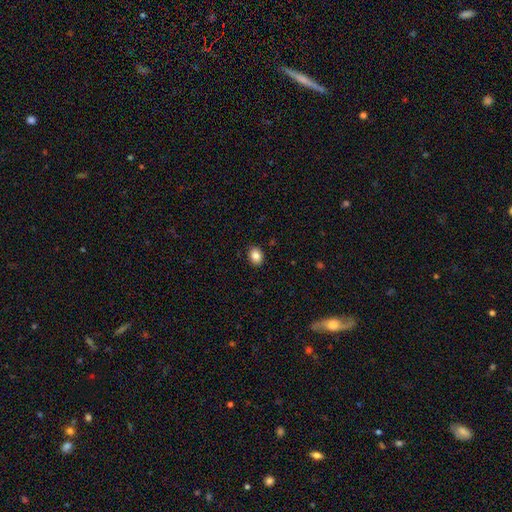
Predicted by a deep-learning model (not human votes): smooth_or_featured: smooth (p=0.86) [alt: star or artifact p=0.09]
how_rounded: in between (p=0.63) [alt: round p=0.36]
merging: none (p=0.89) [alt: minor disturbance p=0.08]